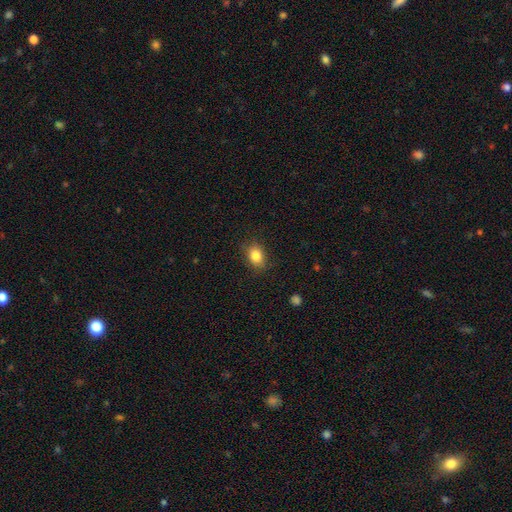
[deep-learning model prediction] Smooth or featured?
  - smooth: 83% *
  - star or artifact: 10%
  - featured or disk: 7%
How rounded?
  - in between: 64% *
  - round: 35%
  - cigar-shaped: 1%
Merging?
  - none: 82% *
  - minor disturbance: 13%
  - major disturbance: 3%
  - merger: 1%